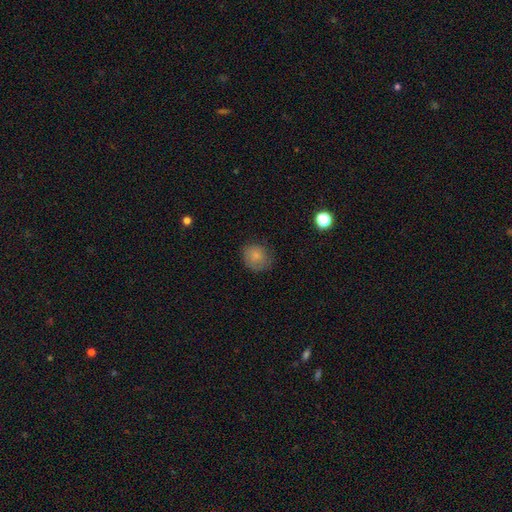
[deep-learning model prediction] Overall: smooth (80%). How rounded: round (81%). Merging: none (73%).